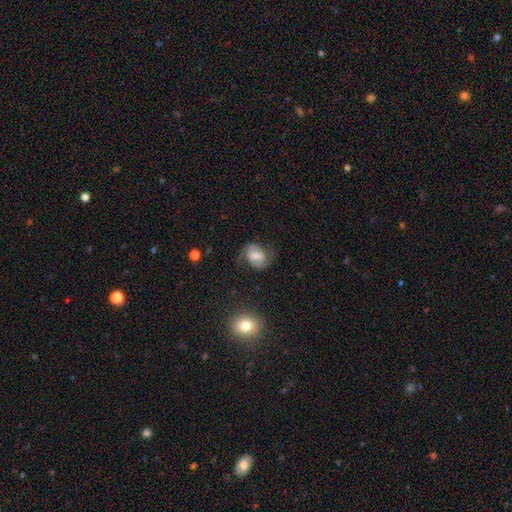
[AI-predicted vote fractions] smooth-or-featured: featured or disk: 47% | smooth: 43% | star or artifact: 9%
  merging: none: 55% | minor disturbance: 24% | major disturbance: 18% | merger: 3%